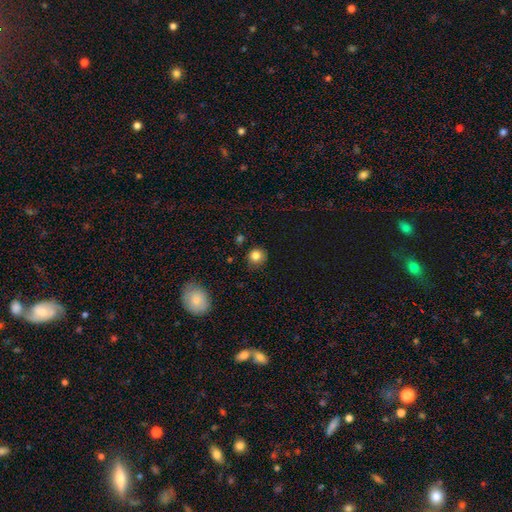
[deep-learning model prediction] This appears to be a smooth galaxy with no disk features (83%) that is round (88%). Merging: none (81%).